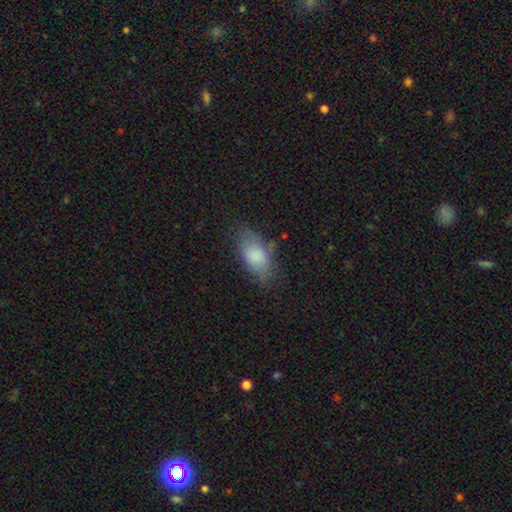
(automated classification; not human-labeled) smooth_or_featured: smooth (p=0.82) [alt: featured or disk p=0.11]
how_rounded: in between (p=0.91) [alt: cigar-shaped p=0.05]
merging: none (p=0.65) [alt: minor disturbance p=0.25]